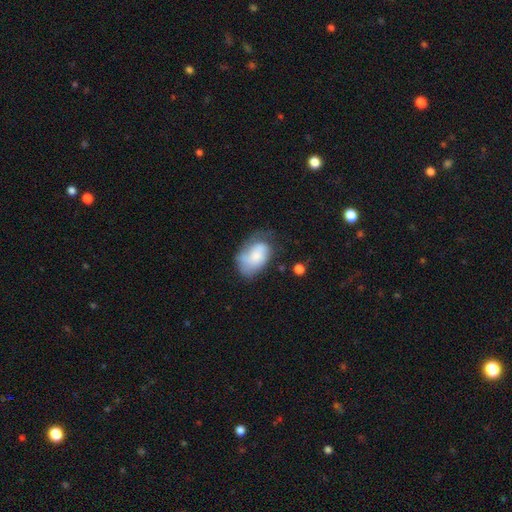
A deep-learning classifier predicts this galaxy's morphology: A smooth galaxy with no disk features (63%) that is in between round and cigar-shaped (89%). Merging: none (39%).